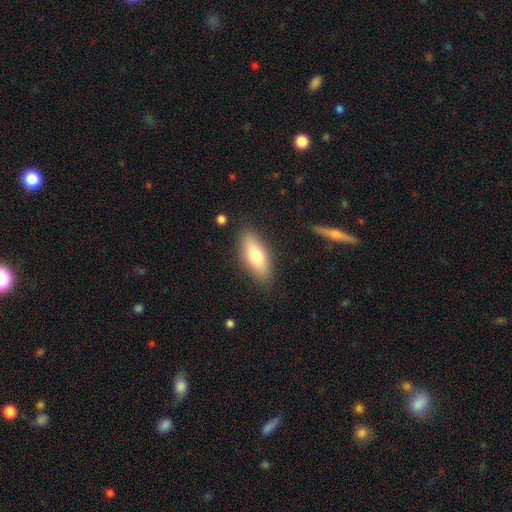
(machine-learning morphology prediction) Smooth or featured: smooth — 68% (featured or disk — 25%)
How rounded: in between — 70% (cigar-shaped — 27%)
Merging: none — 85% (minor disturbance — 10%)